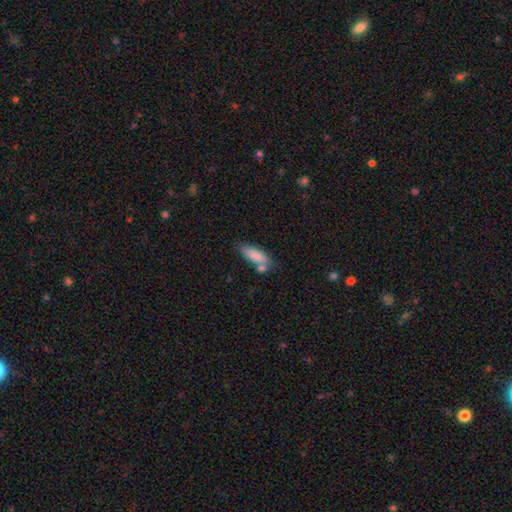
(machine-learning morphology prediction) Smooth or featured: smooth — 84% (featured or disk — 9%)
How rounded: in between — 62% (cigar-shaped — 36%)
Merging: none — 57% (merger — 20%)